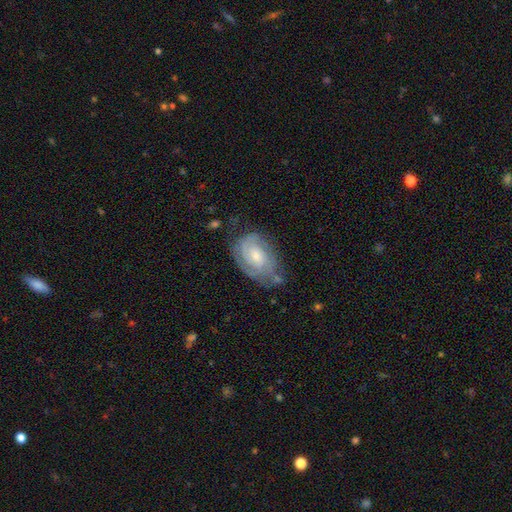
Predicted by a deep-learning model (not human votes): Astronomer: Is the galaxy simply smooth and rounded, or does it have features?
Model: featured or disk — 74%.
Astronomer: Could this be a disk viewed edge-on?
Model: no — 96%.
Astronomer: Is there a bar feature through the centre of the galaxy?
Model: no — 65%.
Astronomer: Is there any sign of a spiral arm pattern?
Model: yes — 89%.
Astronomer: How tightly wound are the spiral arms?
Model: tight — 67%.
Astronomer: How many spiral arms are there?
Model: can't tell — 38% (runner-up: 2, 37%).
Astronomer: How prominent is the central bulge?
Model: small — 49% (runner-up: moderate, 43%).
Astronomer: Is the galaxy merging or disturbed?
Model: none — 59%.